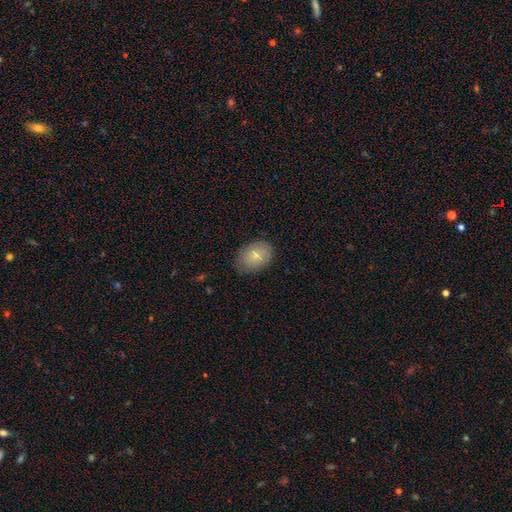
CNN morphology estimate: Smooth or featured: smooth — 80% (featured or disk — 12%)
How rounded: in between — 81% (round — 18%)
Merging: none — 80% (minor disturbance — 16%)